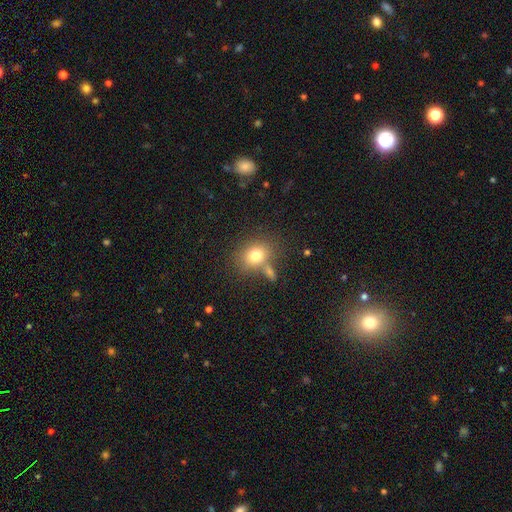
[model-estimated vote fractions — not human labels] This appears to be a smooth galaxy with no disk features (77%) that is in between round and cigar-shaped (49%, tied with round). Merging: none (63%).